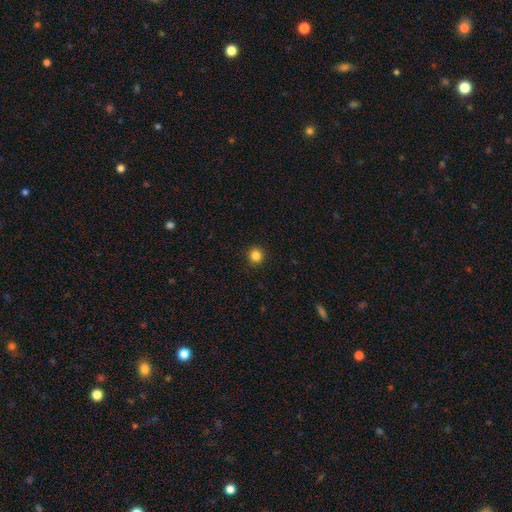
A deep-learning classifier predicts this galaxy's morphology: This appears to be a smooth galaxy with no disk features (84%) that is round (94%). Merging: none (93%).